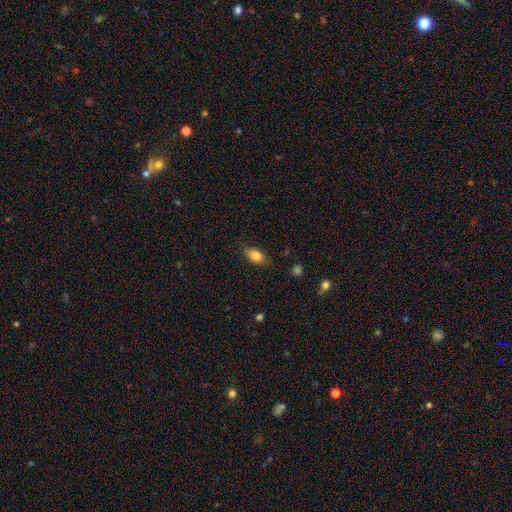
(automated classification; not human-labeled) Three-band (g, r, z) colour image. It shows a smooth galaxy with no disk features (82%) that is in between round and cigar-shaped (84%). Merging: none (78%).